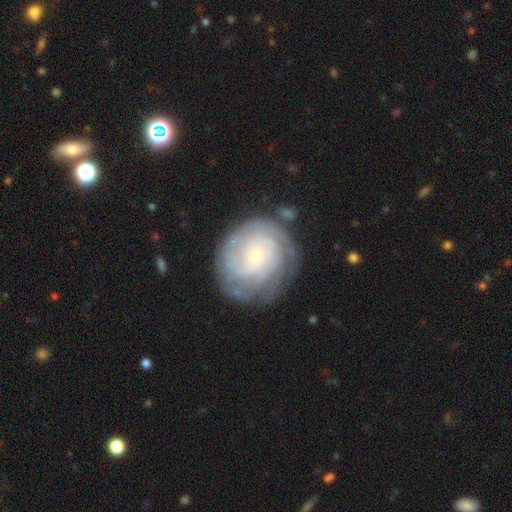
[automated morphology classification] This is likely a featured or disk galaxy (78%). It is clearly not viewed edge-on (97%). Bar: likely no (77%). Spiral arm pattern: clearly yes (90%). Spiral arm count: possibly can't tell (46%). Spiral winding: likely tight (77%). Central bulge: likely small (72%). Merging: likely none (73%).